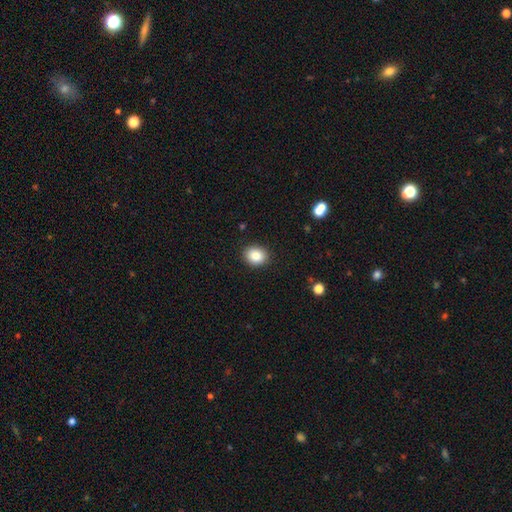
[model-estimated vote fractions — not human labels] Smooth or featured? Predicted: smooth (p=0.85). How rounded? Predicted: round (p=0.58). Merging? Predicted: none (p=0.90).